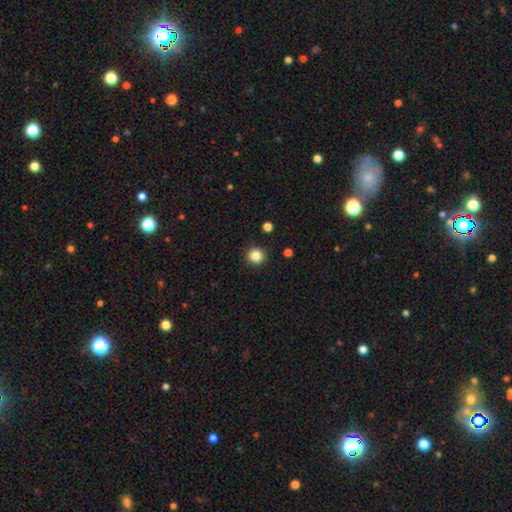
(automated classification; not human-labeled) smooth-or-featured: smooth: 84% | star or artifact: 11% | featured or disk: 4%
  how-rounded: round: 94% | in between: 5% | cigar-shaped: 1%
  merging: none: 92% | minor disturbance: 5% | major disturbance: 2% | merger: 1%